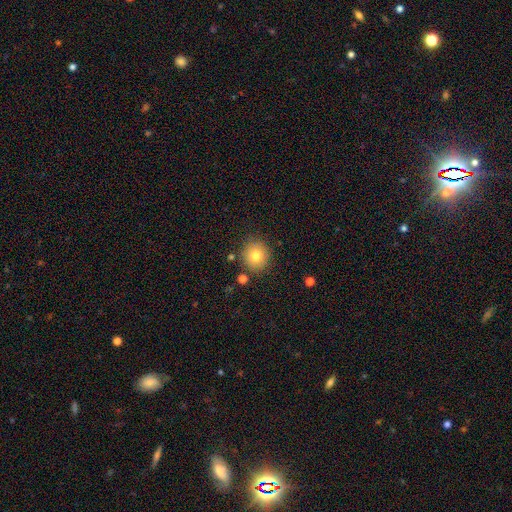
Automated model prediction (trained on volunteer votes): This appears to be a smooth galaxy with no disk features (79%) that is round (89%). Merging: none (85%).